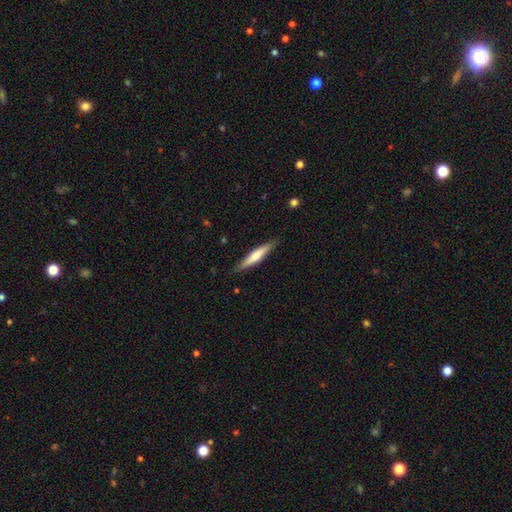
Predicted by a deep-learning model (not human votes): Smooth or featured? Predicted: smooth (p=0.52). How rounded? Predicted: cigar-shaped (p=0.88). Merging? Predicted: none (p=0.87).